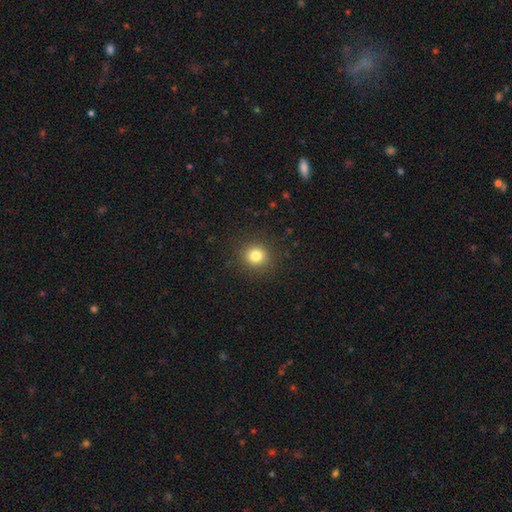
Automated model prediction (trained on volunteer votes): This appears to be a smooth galaxy with no disk features (80%) that is round (89%). Merging: none (90%).